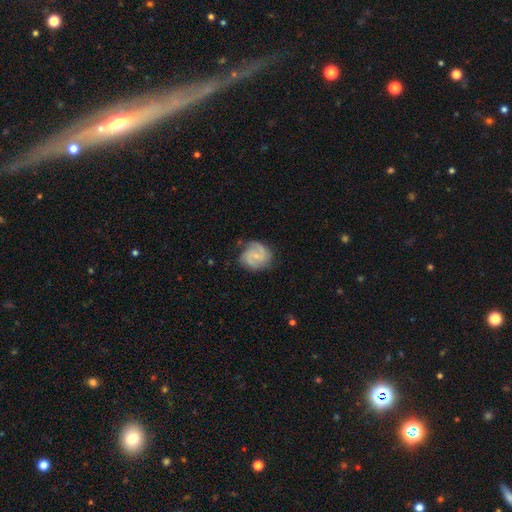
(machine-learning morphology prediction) smooth-or-featured: featured or disk: 77% | smooth: 17% | star or artifact: 6%
  disk-edge-on: no: 98% | yes: 2%
    bar: no: 51% | weak: 42% | strong: 7%
    has-spiral-arms: yes: 95% | no: 5%
      spiral-winding: medium: 49% | tight: 35% | loose: 16%
      spiral-arm-count: 2: 64% | 3: 17% | can't tell: 10% | 1: 3% | 4: 3% | more than 4: 2%
    bulge-size: small: 68% | moderate: 21% | none: 9% | large: 1% | dominant: 1%
  merging: none: 72% | minor disturbance: 20% | major disturbance: 6% | merger: 2%